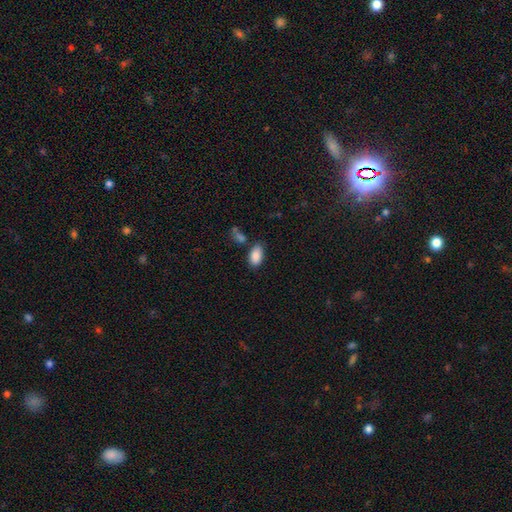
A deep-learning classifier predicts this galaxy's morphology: The model was most divided on "merging": none: 73%, minor disturbance: 16%, merger: 8%, major disturbance: 4%. More confident: how rounded — in between (94%); smooth or featured — smooth (88%).